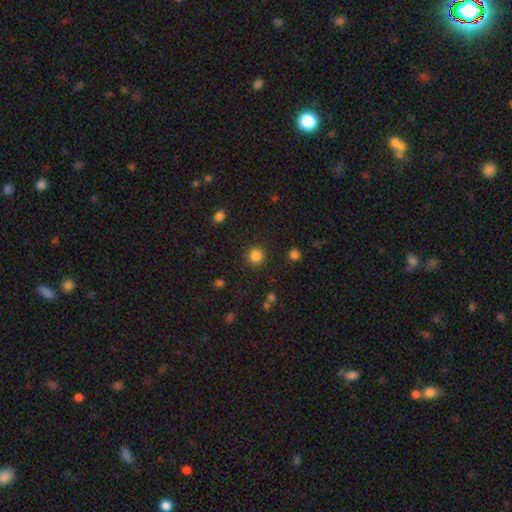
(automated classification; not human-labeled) A smooth galaxy with no disk features (84%) that is round (93%).

Vote fractions:
- Smooth or featured? smooth: 84% / star or artifact: 12% / featured or disk: 4%
- How rounded? round: 93% / in between: 6% / cigar-shaped: 1%
- Merging? none: 88% / minor disturbance: 7% / major disturbance: 3% / merger: 2%